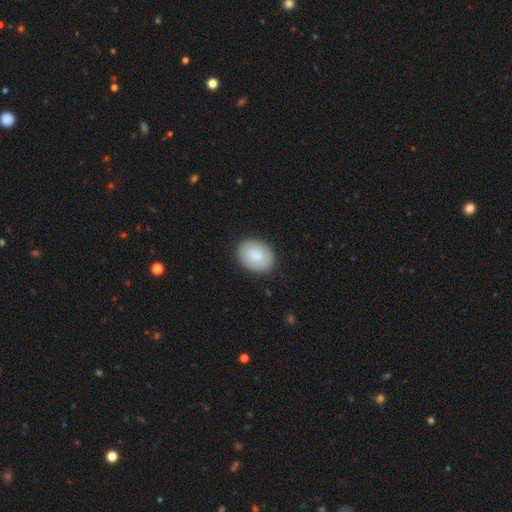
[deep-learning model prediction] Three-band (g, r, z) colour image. It shows a smooth galaxy with no disk features (85%) that is in between round and cigar-shaped (65%). Merging: none (89%).